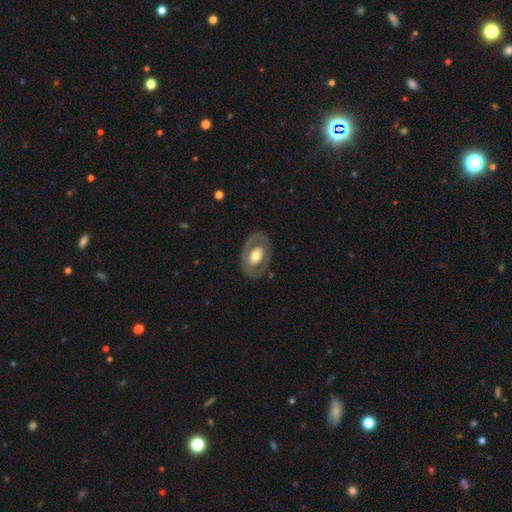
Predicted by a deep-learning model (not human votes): smooth-or-featured: featured or disk: 55% | smooth: 40% | star or artifact: 5%
  disk-edge-on: no: 92% | yes: 8%
    bar: no: 74% | weak: 18% | strong: 8%
    has-spiral-arms: no: 80% | yes: 20%
    bulge-size: moderate: 53% | large: 35% | small: 8% | dominant: 2% | none: 1%
  merging: none: 79% | minor disturbance: 13% | major disturbance: 6% | merger: 1%